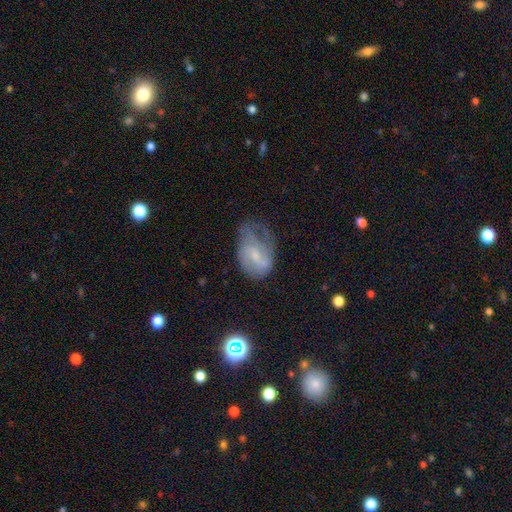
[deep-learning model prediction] Q: Smooth or featured?
A: featured or disk (55%); runner-up: smooth (36%)
Q: Edge-on disk?
A: no (96%); runner-up: yes (4%)
Q: Bar?
A: weak (49%); runner-up: no (41%)
Q: Spiral arms?
A: yes (65%); runner-up: no (35%)
Q: Bulge size?
A: small (56%); runner-up: moderate (27%)
Q: Merging?
A: major disturbance (34%); runner-up: minor disturbance (33%)